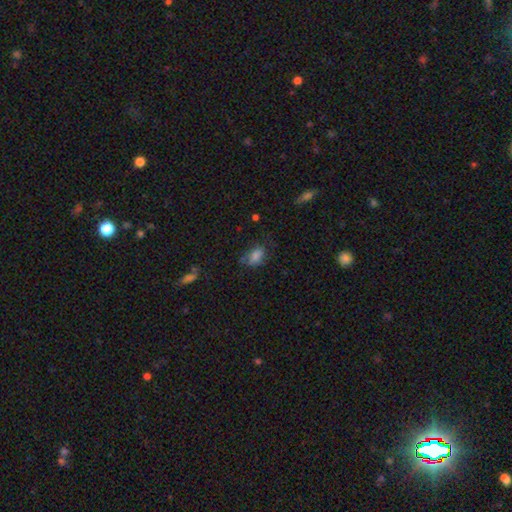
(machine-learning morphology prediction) Smooth or featured?
  - smooth: 75% *
  - star or artifact: 13%
  - featured or disk: 11%
How rounded?
  - in between: 80% *
  - round: 18%
  - cigar-shaped: 2%
Merging?
  - none: 57% *
  - minor disturbance: 28%
  - major disturbance: 12%
  - merger: 4%